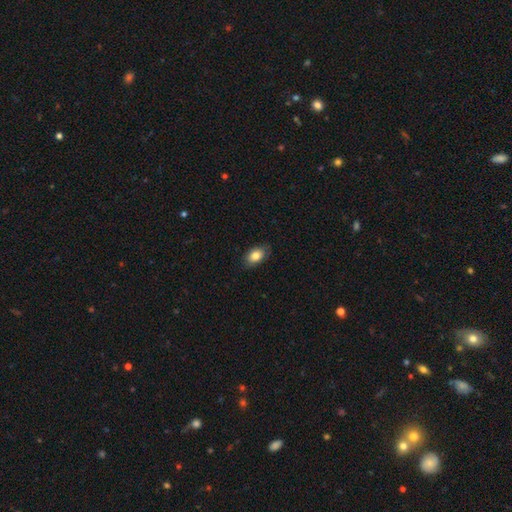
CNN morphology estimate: Smooth or featured? smooth (82%)
How rounded? in between (88%)
Merging? none (84%)